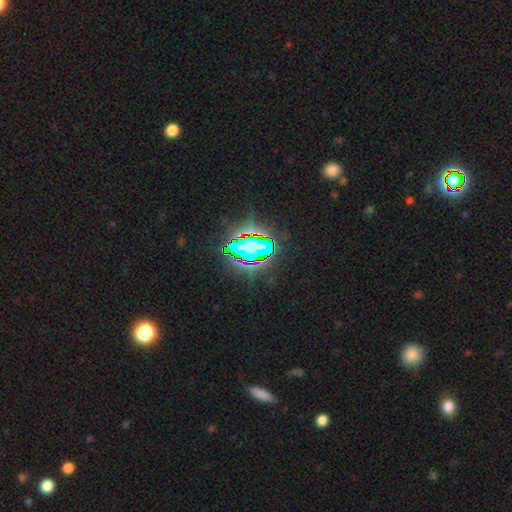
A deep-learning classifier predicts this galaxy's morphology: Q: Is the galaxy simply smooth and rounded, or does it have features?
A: star or artifact — 72%.